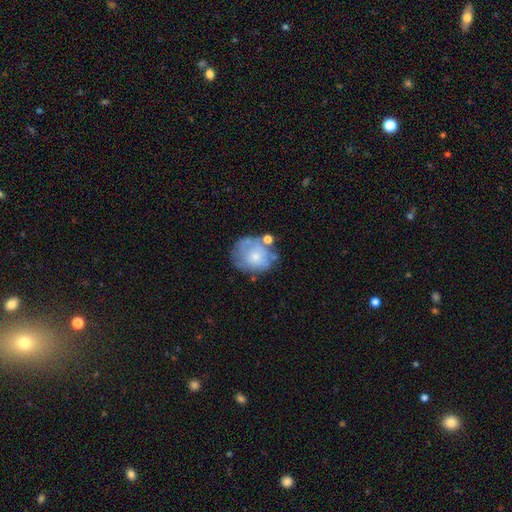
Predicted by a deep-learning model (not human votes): Smooth or featured? smooth (52%)
How rounded? round (67%)
Merging? none (50%)